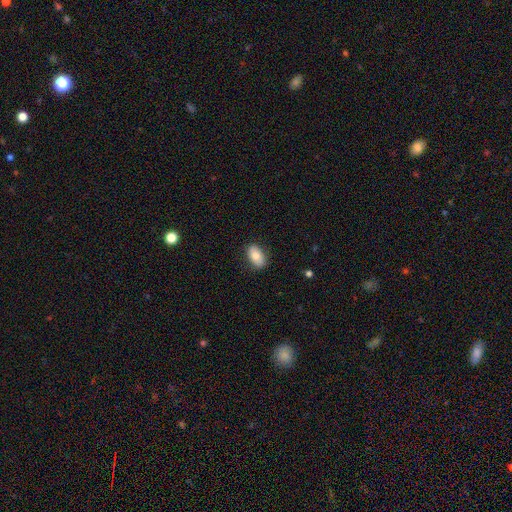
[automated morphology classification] The model was most divided on "smooth or featured": smooth: 78%, featured or disk: 15%, star or artifact: 7%. More confident: how rounded — in between (91%); merging — none (84%).